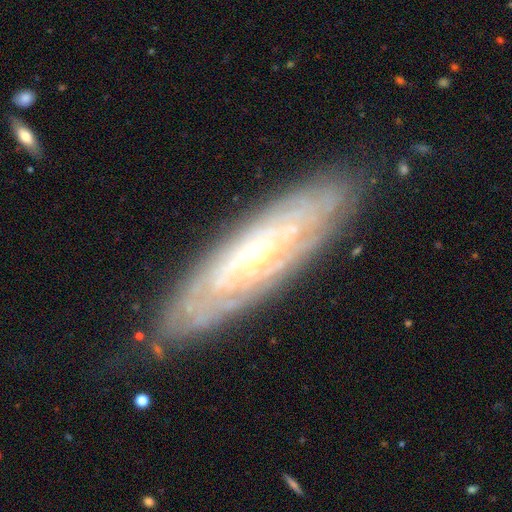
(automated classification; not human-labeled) smooth_or_featured: featured or disk (p=0.80) [alt: smooth p=0.14]
disk_edge_on: no (p=0.74) [alt: yes p=0.26]
bar: no (p=0.71) [alt: weak p=0.22]
has_spiral_arms: yes (p=0.85) [alt: no p=0.15]
spiral_winding: tight (p=0.80) [alt: medium p=0.16]
spiral_arm_count: can't tell (p=0.66) [alt: 2 p=0.10]
bulge_size: small (p=0.76) [alt: moderate p=0.20]
merging: none (p=0.81) [alt: minor disturbance p=0.14]